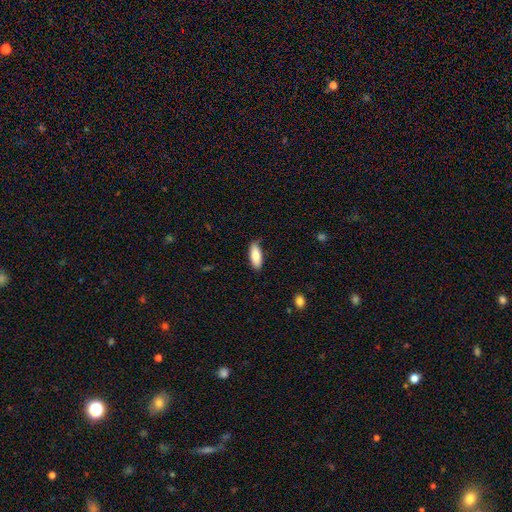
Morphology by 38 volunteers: smooth 82%, featured or disk 11%, star or artifact 8%. Down the decision tree: how rounded — in between (68%); merging — none (89%).